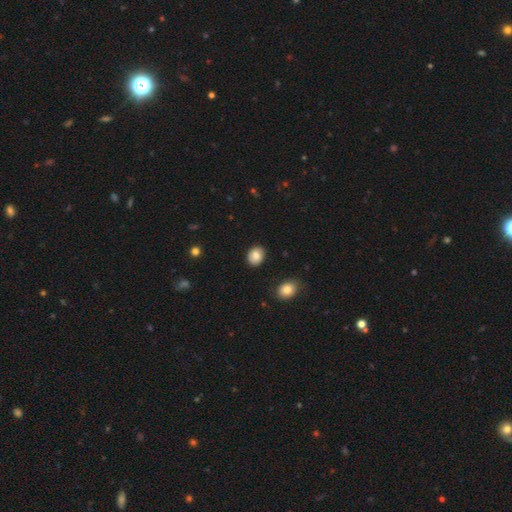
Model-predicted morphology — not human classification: Smooth or featured?
  - smooth: 83% *
  - featured or disk: 9%
  - star or artifact: 8%
How rounded?
  - round: 52% *
  - in between: 47%
  - cigar-shaped: 1%
Merging?
  - none: 88% *
  - minor disturbance: 8%
  - major disturbance: 2%
  - merger: 2%